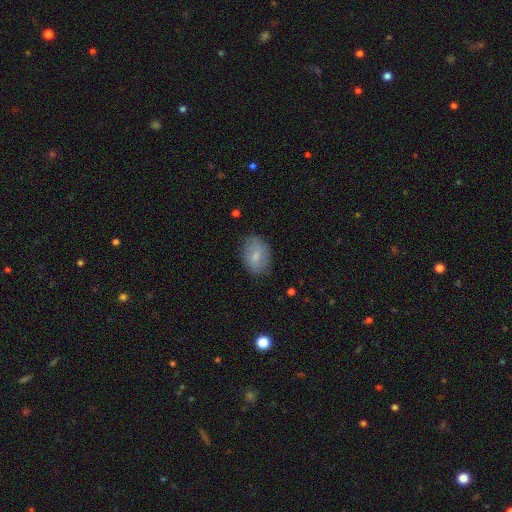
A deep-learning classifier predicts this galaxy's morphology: This appears to be a smooth galaxy with no disk features (76%) that is in between round and cigar-shaped (82%). Merging: none (81%).